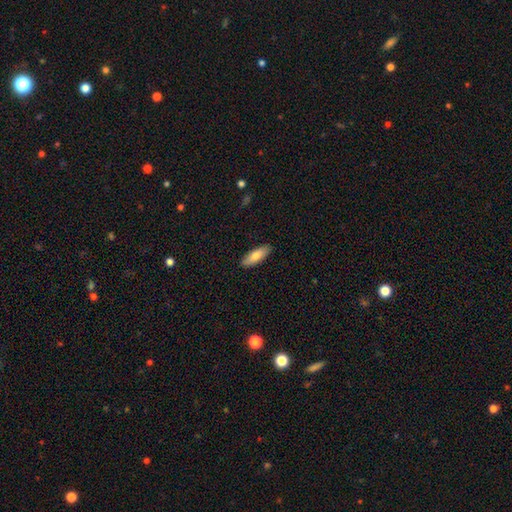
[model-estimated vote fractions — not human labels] The model was most divided on "how rounded": in between: 62%, cigar-shaped: 37%, round: 2%. More confident: merging — none (89%); smooth or featured — smooth (78%).